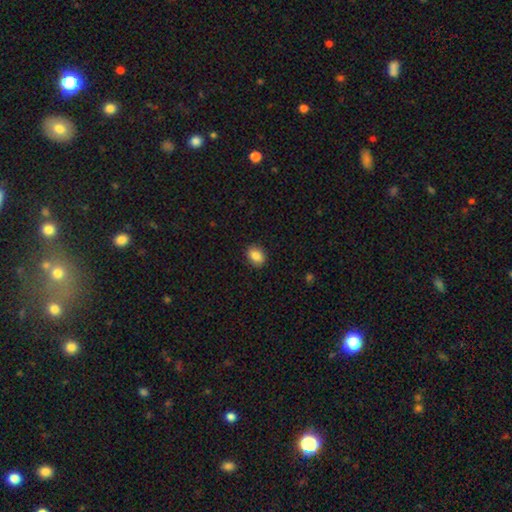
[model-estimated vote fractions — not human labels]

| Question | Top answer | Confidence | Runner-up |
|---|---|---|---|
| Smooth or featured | smooth | 86% | star or artifact (8%) |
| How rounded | in between | 65% | round (34%) |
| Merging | none | 89% | minor disturbance (8%) |